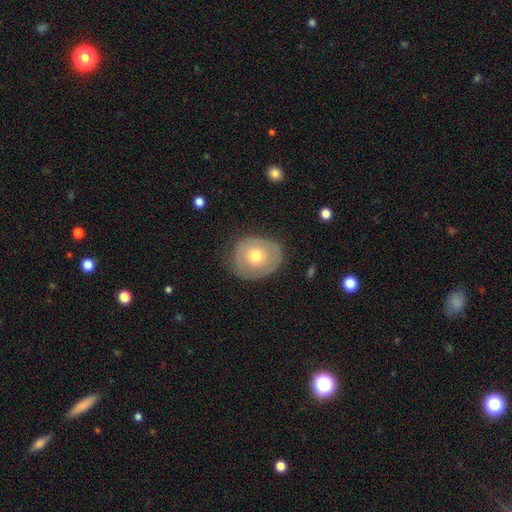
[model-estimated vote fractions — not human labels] Morphology: type=smooth (56%); roundness=round (64%); merging=none (76%).